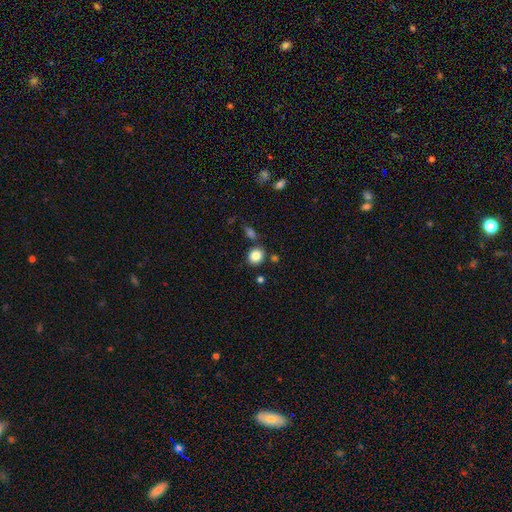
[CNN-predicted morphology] This appears to be a smooth galaxy with no disk features (86%) that is round (75%). Merging: none (79%).